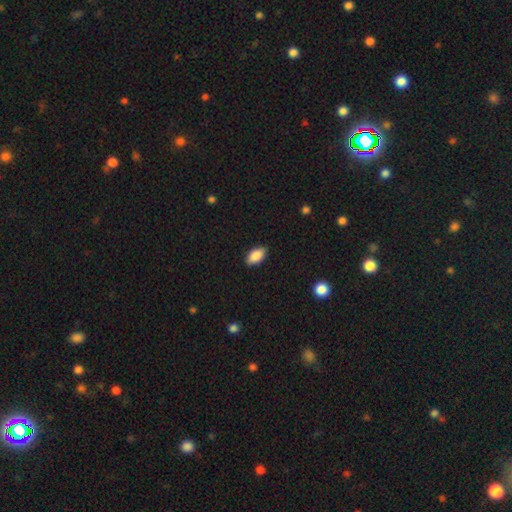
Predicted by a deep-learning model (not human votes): Smooth or featured? smooth (87%)
How rounded? in between (93%)
Merging? none (87%)